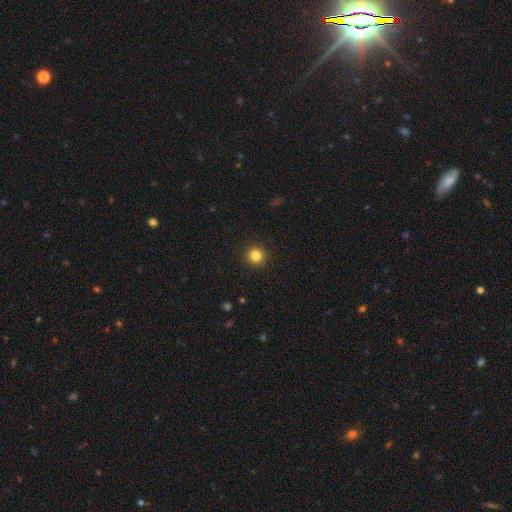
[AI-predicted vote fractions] The model was most divided on "smooth or featured": smooth: 83%, star or artifact: 12%, featured or disk: 5%. More confident: how rounded — round (95%); merging — none (93%).